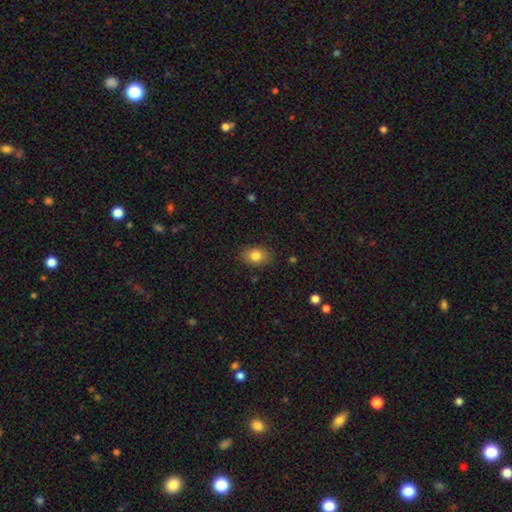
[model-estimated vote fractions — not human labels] Smooth or featured: smooth — 82% (star or artifact — 10%)
How rounded: in between — 73% (round — 26%)
Merging: none — 86% (minor disturbance — 11%)